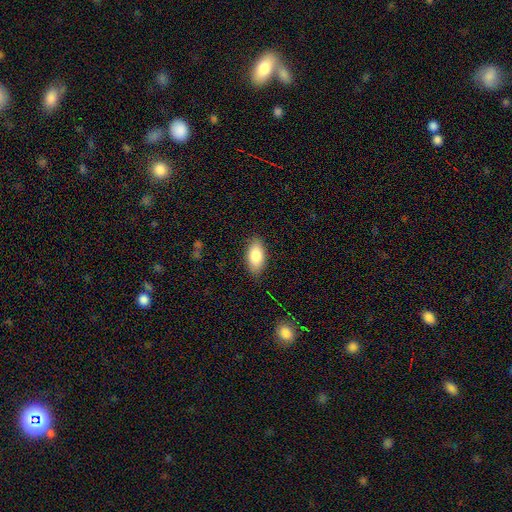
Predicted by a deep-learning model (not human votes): Q: Smooth or featured?
A: smooth (84%); runner-up: featured or disk (9%)
Q: How rounded?
A: in between (91%); runner-up: cigar-shaped (6%)
Q: Merging?
A: none (85%); runner-up: minor disturbance (11%)